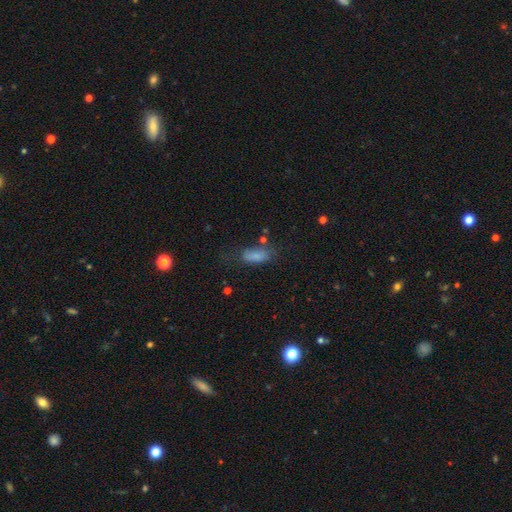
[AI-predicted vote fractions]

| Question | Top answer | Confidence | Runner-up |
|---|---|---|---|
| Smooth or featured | smooth | 78% | featured or disk (12%) |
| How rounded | in between | 79% | cigar-shaped (18%) |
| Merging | none | 54% | minor disturbance (26%) |